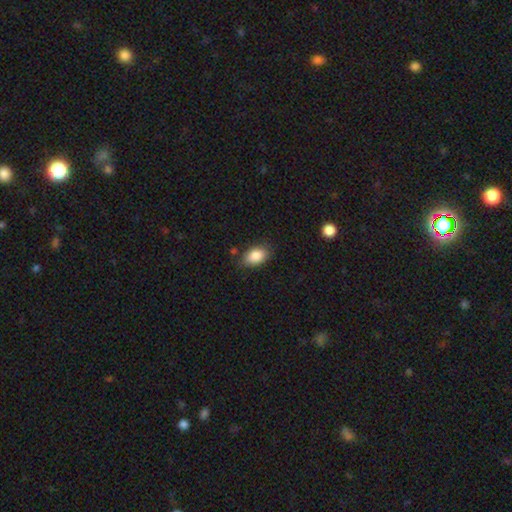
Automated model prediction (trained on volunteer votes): This is clearly a smooth galaxy (86%). How rounded: clearly in between (87%). Merging: likely none (79%).